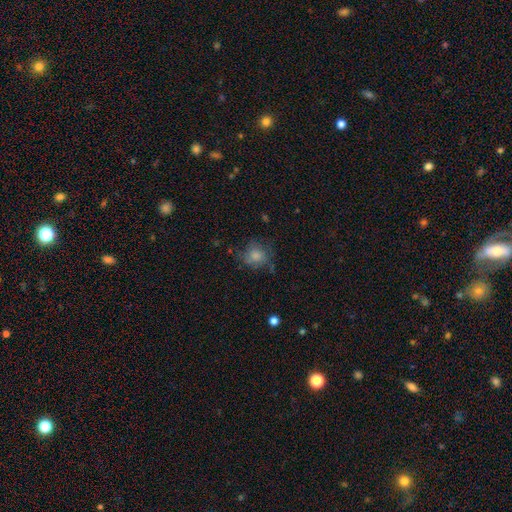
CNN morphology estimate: Smooth or featured? smooth (73%)
How rounded? round (72%)
Merging? none (56%)